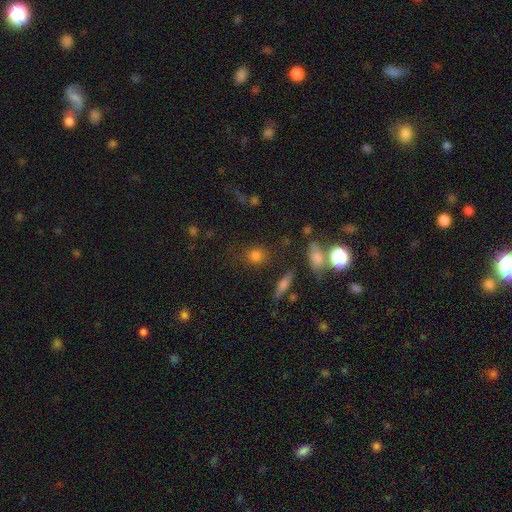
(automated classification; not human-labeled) Smooth or featured?
  - smooth: 77% *
  - star or artifact: 14%
  - featured or disk: 8%
How rounded?
  - round: 72% *
  - in between: 25%
  - cigar-shaped: 3%
Merging?
  - none: 79% *
  - minor disturbance: 12%
  - merger: 5%
  - major disturbance: 4%